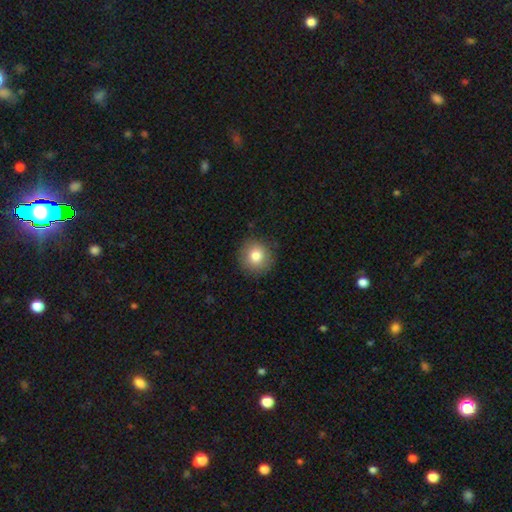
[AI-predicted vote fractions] Smooth or featured? smooth (81%)
How rounded? round (93%)
Merging? none (88%)